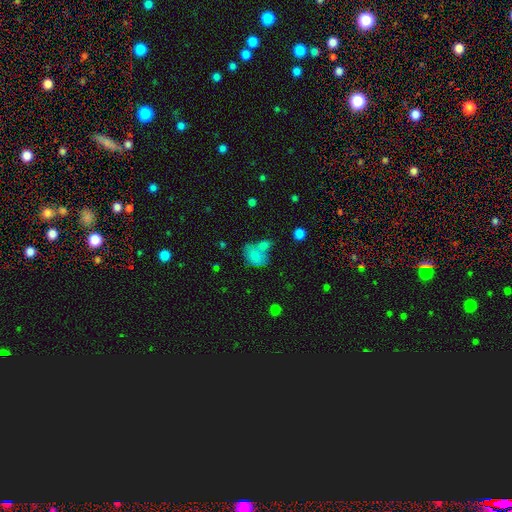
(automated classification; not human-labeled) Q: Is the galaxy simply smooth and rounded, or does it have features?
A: smooth — 77%.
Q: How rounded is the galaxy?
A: in between — 69%.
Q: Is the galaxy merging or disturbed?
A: merger — 41%.